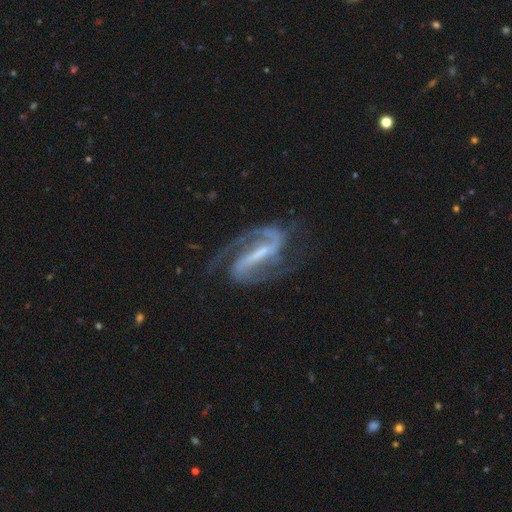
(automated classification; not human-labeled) The model was most divided on "spiral winding": medium: 57%, tight: 22%, loose: 21%. More confident: spiral arms — yes (98%); edge-on disk — no (96%); smooth or featured — featured or disk (92%); spiral arm count — 2 (92%); merging — none (76%); bar — strong (69%); bulge size — small (58%).